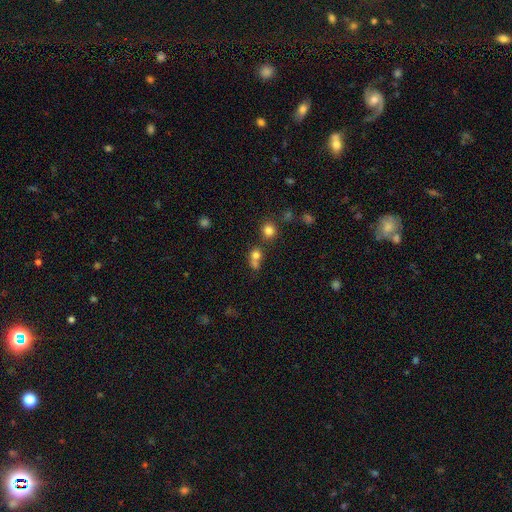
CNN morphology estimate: This is likely a smooth galaxy (74%). How rounded: likely round (76%). Merging: possibly merger (48%).